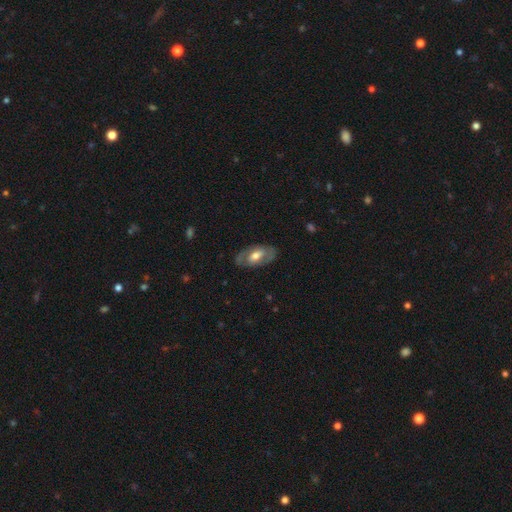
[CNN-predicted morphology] This appears to be a featured or disk galaxy (55%). Merging: none (79%).